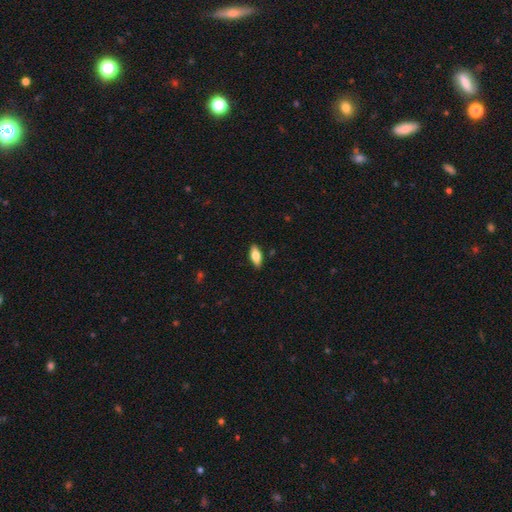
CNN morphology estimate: type=smooth (77%); roundness=in between (83%); merging=none (88%).